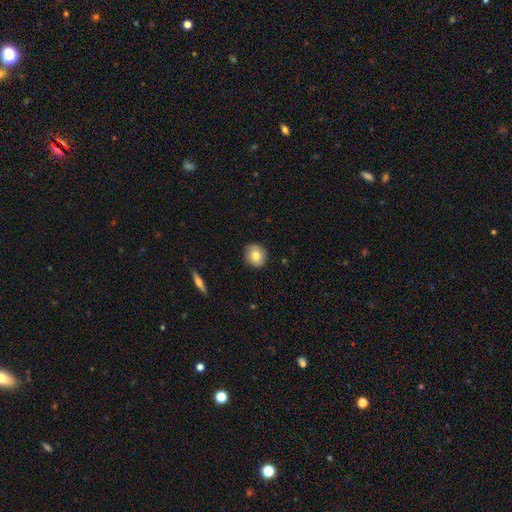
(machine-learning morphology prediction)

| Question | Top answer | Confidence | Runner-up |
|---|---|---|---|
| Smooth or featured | smooth | 77% | featured or disk (14%) |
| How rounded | round | 85% | in between (14%) |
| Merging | none | 88% | minor disturbance (10%) |